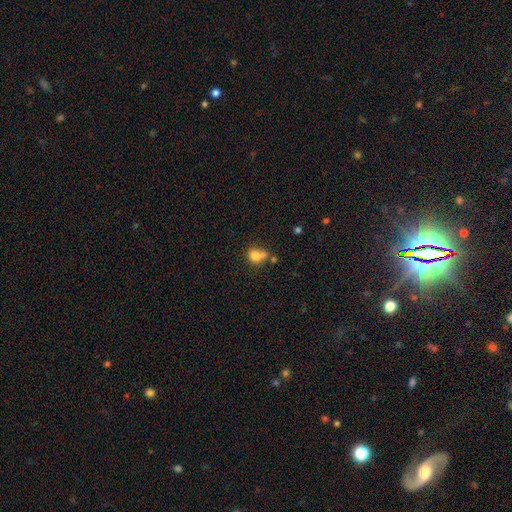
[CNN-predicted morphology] The model was most divided on "merging": none: 38%, merger: 31%, minor disturbance: 21%, major disturbance: 10%. More confident: smooth or featured — smooth (77%); how rounded — round (63%).